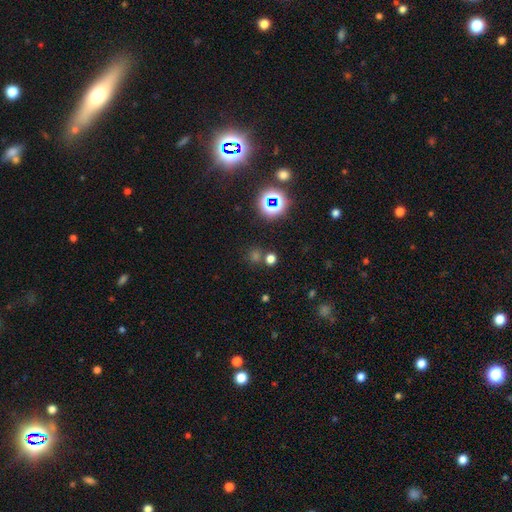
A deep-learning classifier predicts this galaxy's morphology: Q: Smooth or featured?
A: star or artifact (50%); runner-up: smooth (43%)